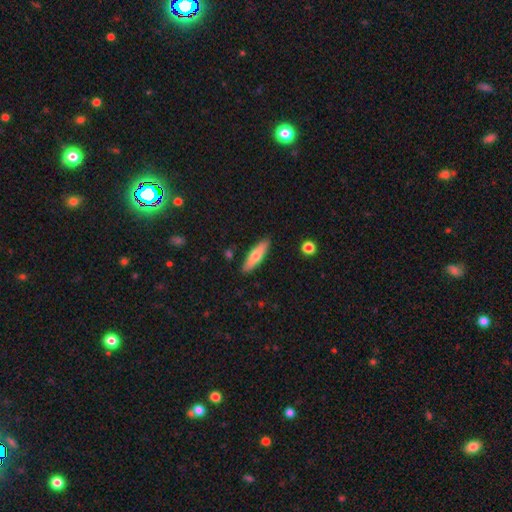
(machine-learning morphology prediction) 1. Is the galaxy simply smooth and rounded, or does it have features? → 66% smooth, 28% featured or disk, 6% star or artifact.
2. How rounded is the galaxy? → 65% cigar-shaped, 33% in between, 2% round.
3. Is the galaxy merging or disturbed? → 88% none, 9% minor disturbance, 2% major disturbance, 2% merger.